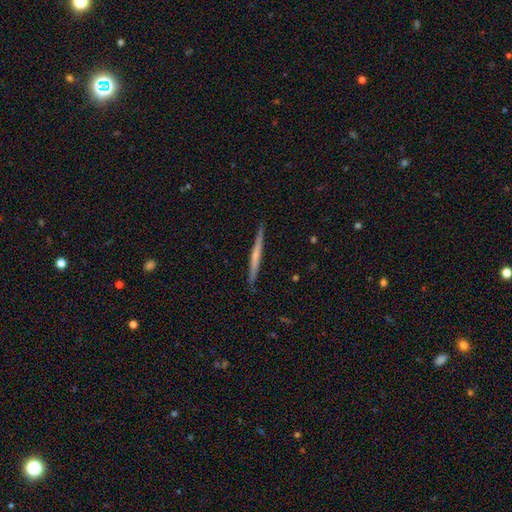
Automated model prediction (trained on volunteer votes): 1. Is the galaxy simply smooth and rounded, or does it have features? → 53% featured or disk, 41% smooth, 5% star or artifact.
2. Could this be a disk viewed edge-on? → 98% yes, 2% no.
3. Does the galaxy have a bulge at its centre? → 72% none, 21% rounded, 8% boxy.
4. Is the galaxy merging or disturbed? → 91% none, 7% minor disturbance, 1% major disturbance, 1% merger.